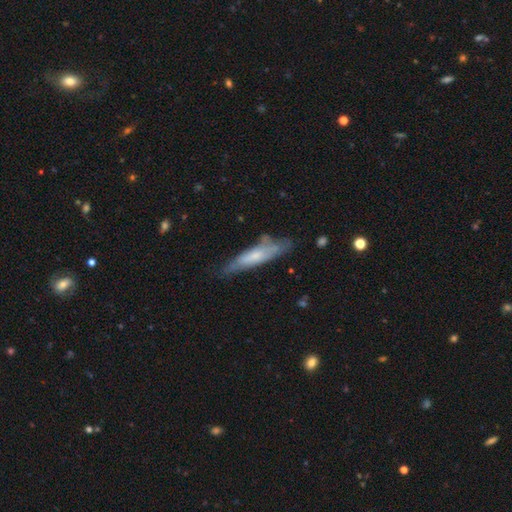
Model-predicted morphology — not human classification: The model was most divided on "smooth or featured": smooth: 48%, featured or disk: 45%, star or artifact: 7%. More confident: merging — none (63%).